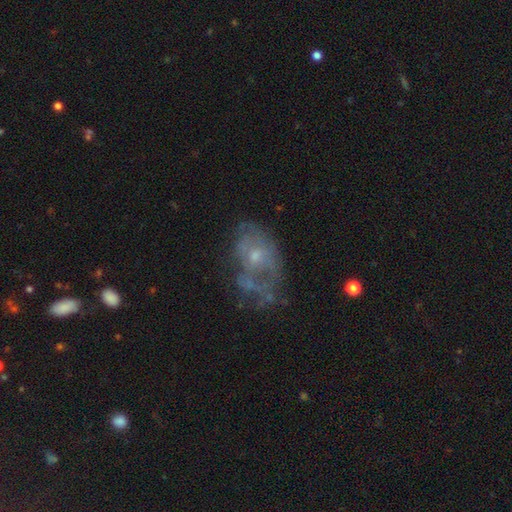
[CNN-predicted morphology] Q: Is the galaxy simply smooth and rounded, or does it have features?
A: featured or disk — 61%.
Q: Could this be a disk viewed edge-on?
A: no — 96%.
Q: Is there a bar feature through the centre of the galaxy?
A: no — 82%.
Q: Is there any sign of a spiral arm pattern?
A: no — 68%.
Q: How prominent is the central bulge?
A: small — 53%.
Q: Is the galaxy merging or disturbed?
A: major disturbance — 34%.